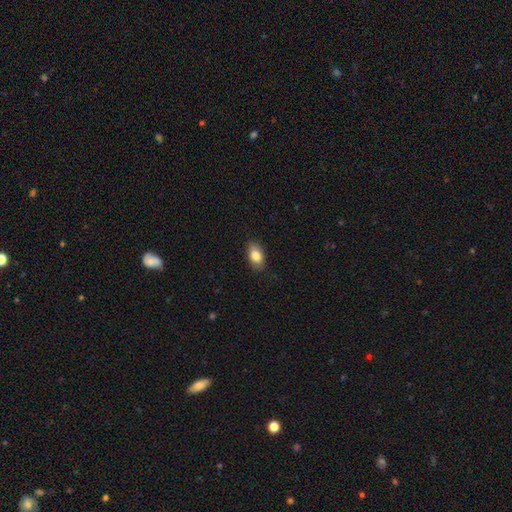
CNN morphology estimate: This is clearly a smooth galaxy (84%). How rounded: clearly in between (90%). Merging: clearly none (86%).